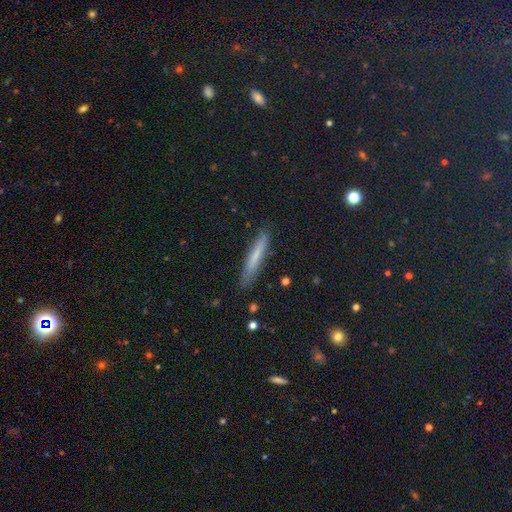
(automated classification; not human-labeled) smooth_or_featured: smooth (p=0.66) [alt: featured or disk p=0.24]
how_rounded: cigar-shaped (p=0.93) [alt: in between p=0.05]
merging: none (p=0.86) [alt: minor disturbance p=0.10]